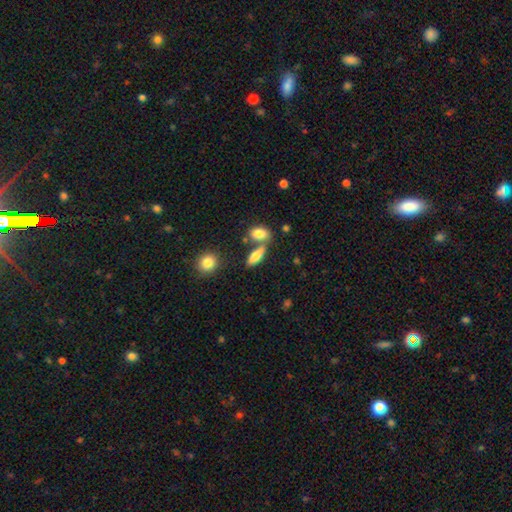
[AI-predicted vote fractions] smooth 77%, featured or disk 15%, star or artifact 8%. Down the decision tree: how rounded — in between (66%); merging — none (54%).